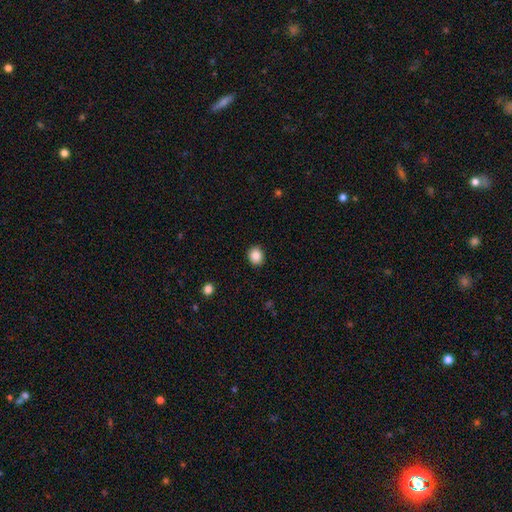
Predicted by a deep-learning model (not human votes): A smooth galaxy with no disk features (87%) that is round (71%). Merging: none (90%).